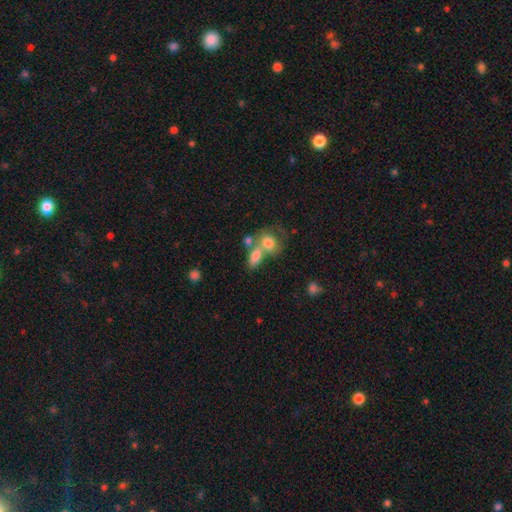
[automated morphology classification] smooth 76%, featured or disk 14%, star or artifact 10%. Down the decision tree: how rounded — in between (75%); merging — merger (50%).